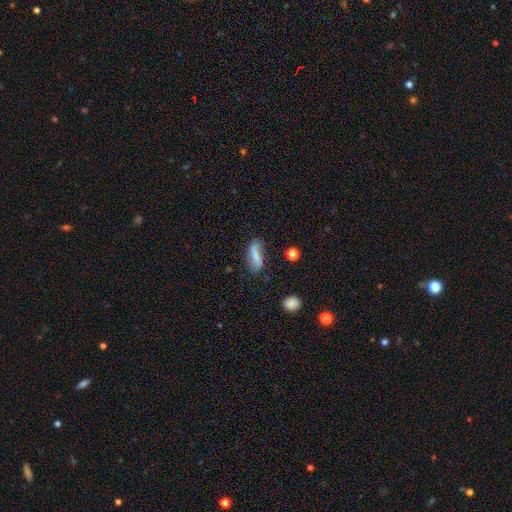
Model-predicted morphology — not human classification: Overall: smooth (67%). How rounded: in between (53%; cigar-shaped 43%). Merging: none (56%; minor disturbance 28%).